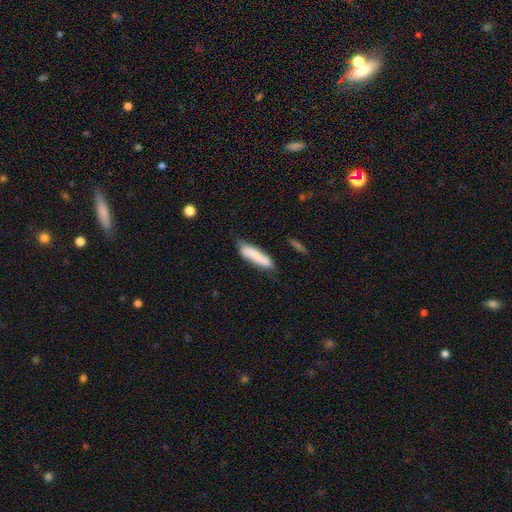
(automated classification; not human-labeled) Morphology: type=smooth (80%); roundness=cigar-shaped (77%); merging=none (68%).